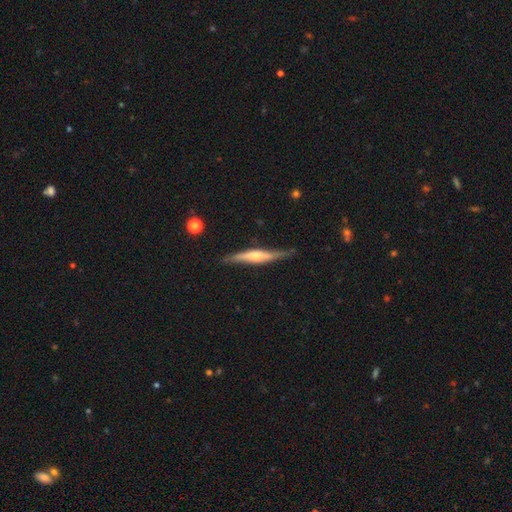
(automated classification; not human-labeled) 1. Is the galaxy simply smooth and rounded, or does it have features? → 64% featured or disk, 31% smooth, 5% star or artifact.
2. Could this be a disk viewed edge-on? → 93% yes, 7% no.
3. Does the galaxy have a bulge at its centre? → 72% rounded, 15% boxy, 14% none.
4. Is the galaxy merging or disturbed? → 77% none, 18% minor disturbance, 4% major disturbance, 2% merger.